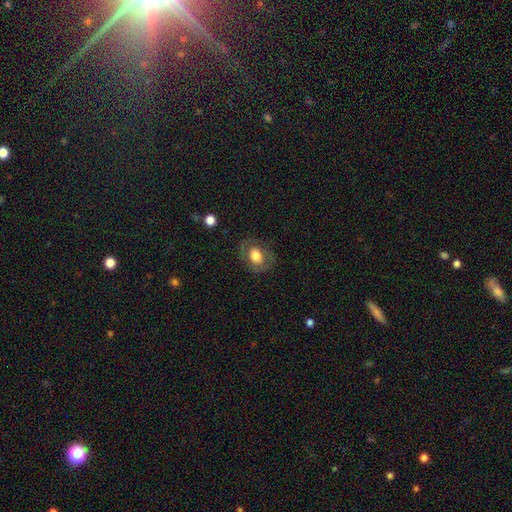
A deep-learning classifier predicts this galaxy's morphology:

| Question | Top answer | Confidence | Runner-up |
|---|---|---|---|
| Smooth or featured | smooth | 60% | featured or disk (32%) |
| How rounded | in between | 59% | round (40%) |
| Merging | none | 75% | minor disturbance (15%) |